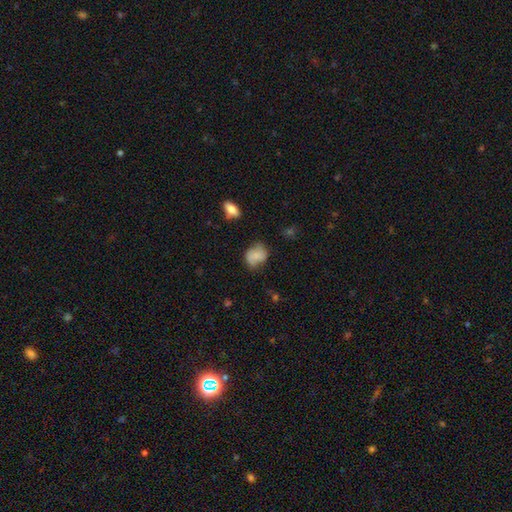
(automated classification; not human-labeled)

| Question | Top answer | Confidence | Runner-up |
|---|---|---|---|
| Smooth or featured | smooth | 69% | featured or disk (21%) |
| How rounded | in between | 53% | round (46%) |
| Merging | none | 54% | minor disturbance (31%) |